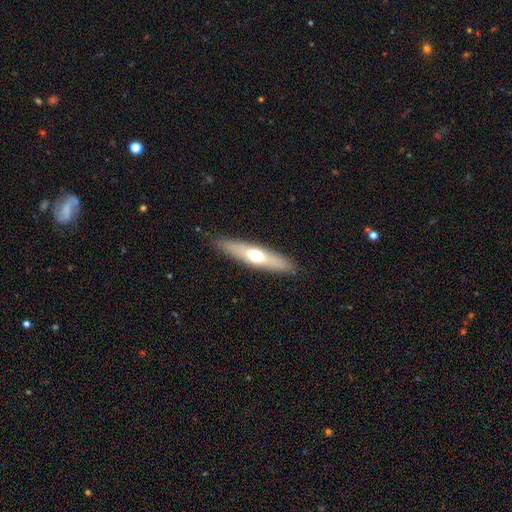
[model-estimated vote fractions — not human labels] Morphology: type=smooth (49%); merging=none (88%).